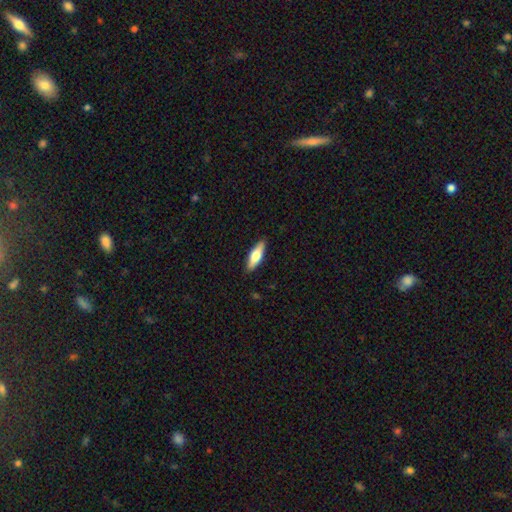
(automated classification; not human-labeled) Morphology: type=smooth (58%); roundness=in between (49%); merging=none (89%).